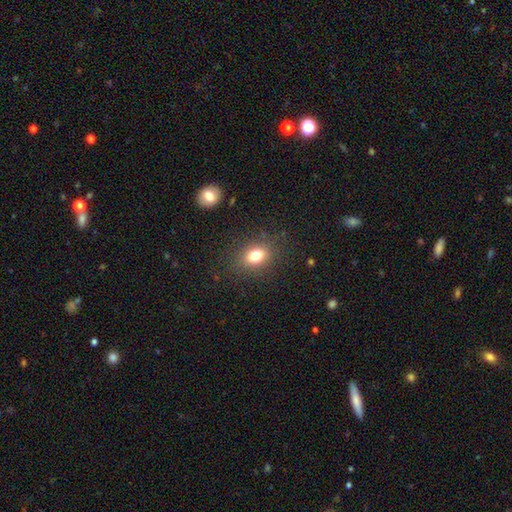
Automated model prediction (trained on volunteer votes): Smooth or featured? smooth (79%)
How rounded? in between (64%)
Merging? none (84%)